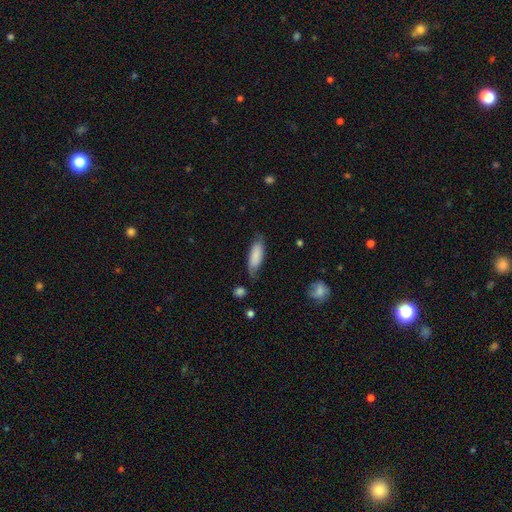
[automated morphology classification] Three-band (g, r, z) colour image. It shows a smooth galaxy with no disk features (77%) that is in between round and cigar-shaped (67%). Merging: none (63%).